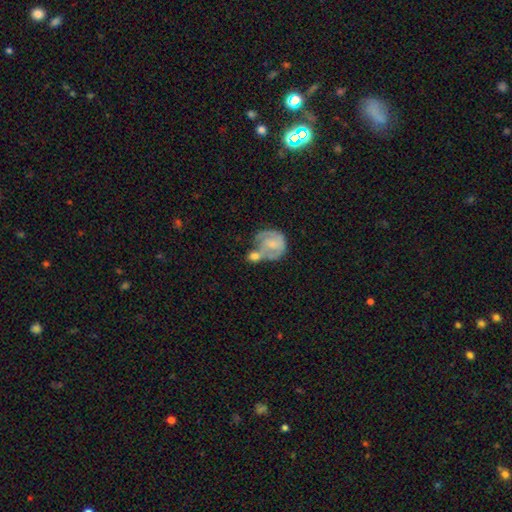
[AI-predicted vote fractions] A featured or disk galaxy (49%). Merging: merger (41%).